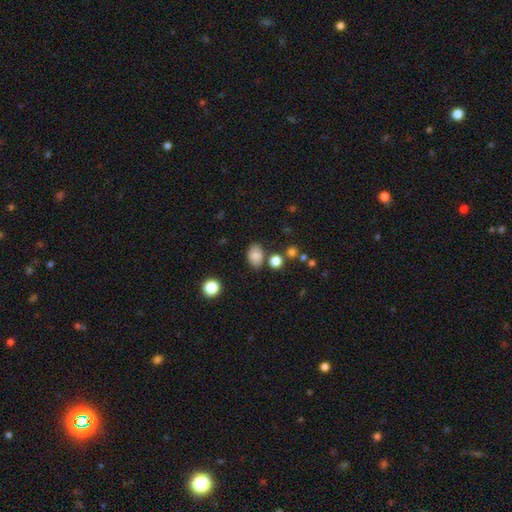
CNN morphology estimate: The model was most divided on "how rounded": in between: 79%, round: 20%, cigar-shaped: 1%. More confident: smooth or featured — smooth (80%); merging — none (74%).